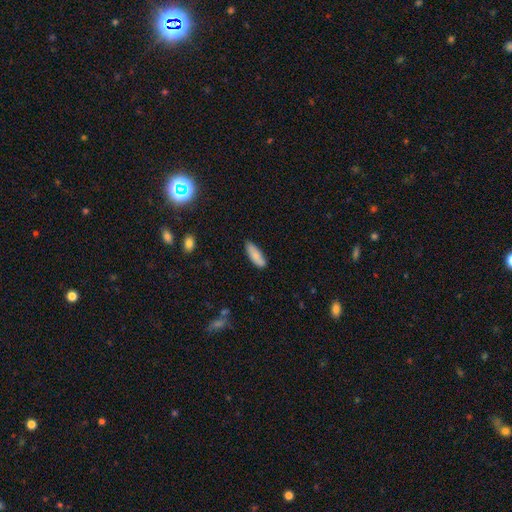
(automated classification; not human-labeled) The model was most divided on "how rounded": in between: 56%, cigar-shaped: 42%, round: 2%. More confident: smooth or featured — smooth (82%); merging — none (81%).